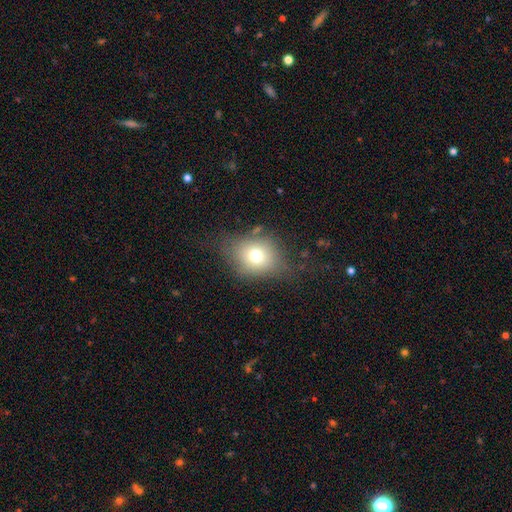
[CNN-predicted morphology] The model was most divided on "how rounded": round: 55%, in between: 43%, cigar-shaped: 1%. More confident: smooth or featured — smooth (69%); merging — none (64%).